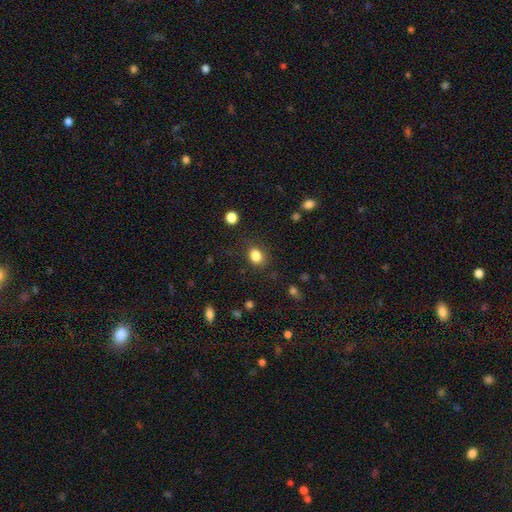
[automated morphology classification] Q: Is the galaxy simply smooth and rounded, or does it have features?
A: smooth — 84%.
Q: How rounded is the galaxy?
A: round — 57%.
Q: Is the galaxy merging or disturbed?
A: none — 82%.